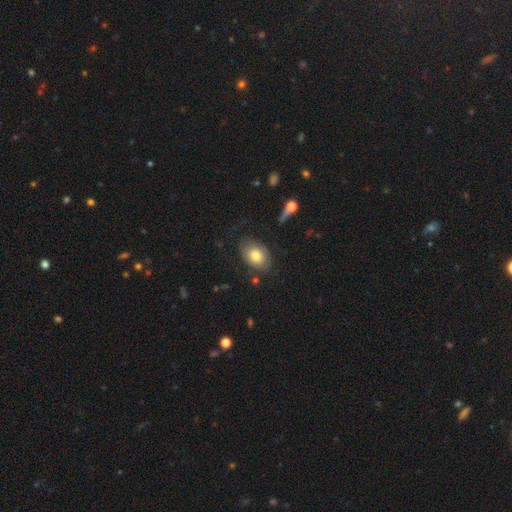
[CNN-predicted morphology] smooth_or_featured: smooth (p=0.69) [alt: featured or disk p=0.23]
how_rounded: in between (p=0.83) [alt: round p=0.16]
merging: none (p=0.69) [alt: minor disturbance p=0.20]